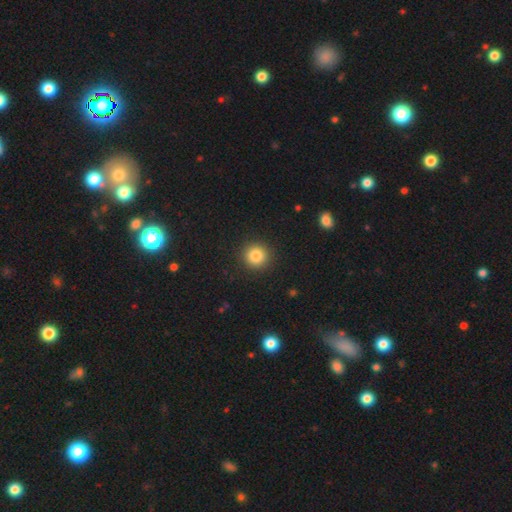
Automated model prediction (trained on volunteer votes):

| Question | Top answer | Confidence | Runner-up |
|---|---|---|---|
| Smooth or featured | smooth | 84% | star or artifact (11%) |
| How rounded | round | 94% | in between (5%) |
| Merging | none | 92% | minor disturbance (5%) |